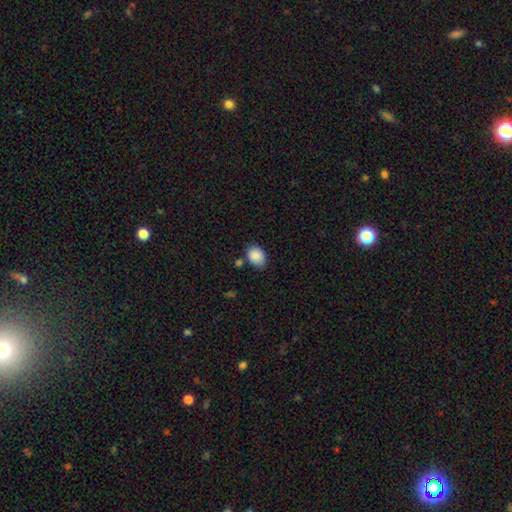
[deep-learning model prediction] Q: Smooth or featured?
A: smooth (88%); runner-up: star or artifact (8%)
Q: How rounded?
A: in between (70%); runner-up: round (29%)
Q: Merging?
A: none (73%); runner-up: minor disturbance (17%)